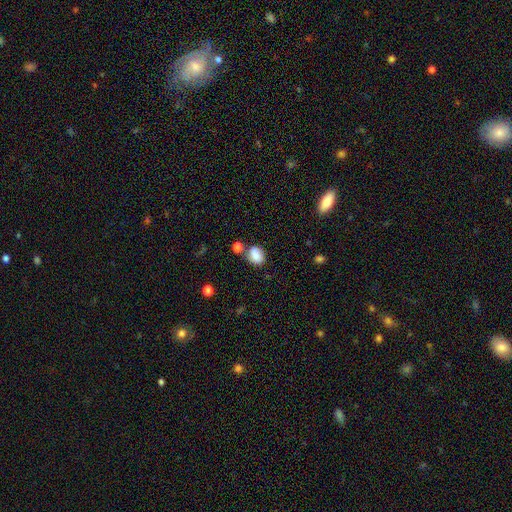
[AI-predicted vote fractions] Smooth or featured? smooth (81%)
How rounded? in between (52%)
Merging? none (66%)